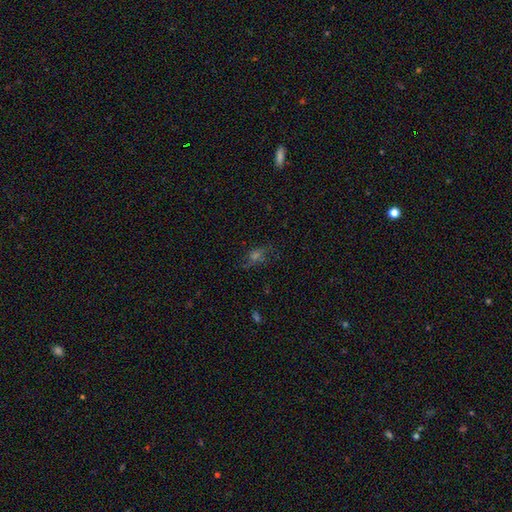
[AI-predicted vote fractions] Smooth or featured?
  - star or artifact: 34% * (tied)
  - featured or disk: 34% * (tied)
  - smooth: 32%